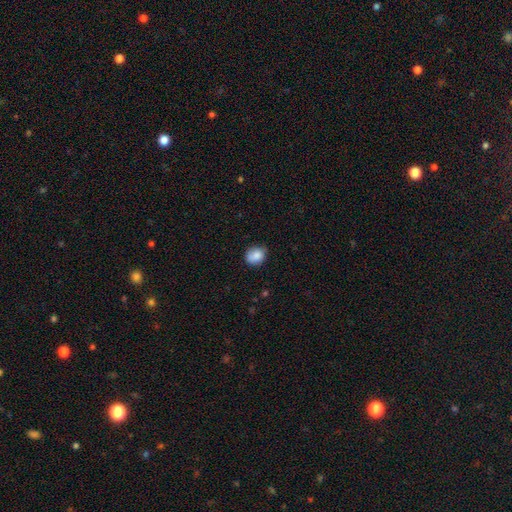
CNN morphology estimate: Smooth or featured? Predicted: smooth (p=0.83). How rounded? Predicted: round (p=0.69). Merging? Predicted: none (p=0.72).